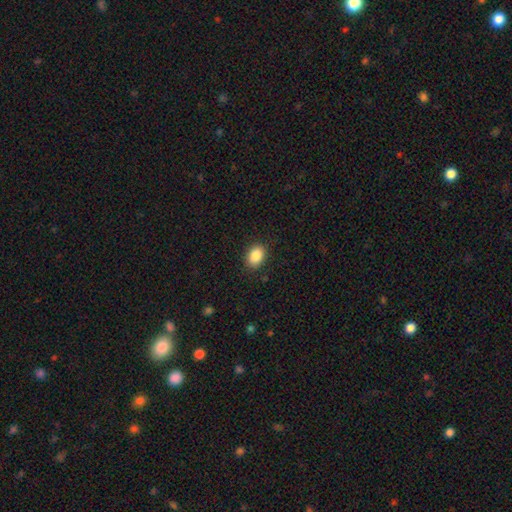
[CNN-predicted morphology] type=smooth (87%); roundness=in between (77%); merging=none (88%).